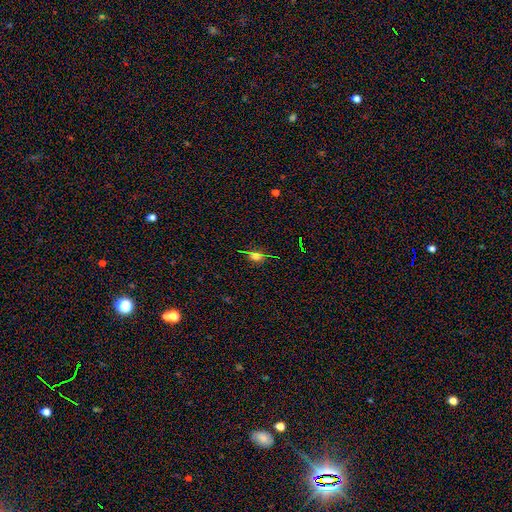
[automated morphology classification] Smooth or featured? Predicted: smooth (p=0.57). How rounded? Predicted: in between (p=0.58). Merging? Predicted: none (p=0.77).